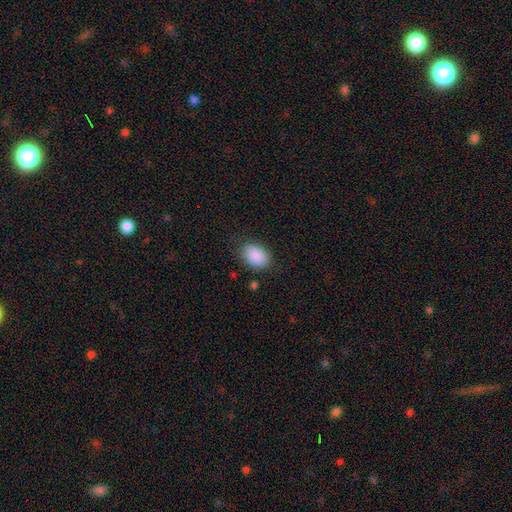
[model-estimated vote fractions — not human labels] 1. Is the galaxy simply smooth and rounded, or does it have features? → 89% smooth, 7% star or artifact, 4% featured or disk.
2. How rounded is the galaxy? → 80% in between, 19% round, 1% cigar-shaped.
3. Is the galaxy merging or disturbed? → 82% none, 12% minor disturbance, 4% major disturbance, 1% merger.